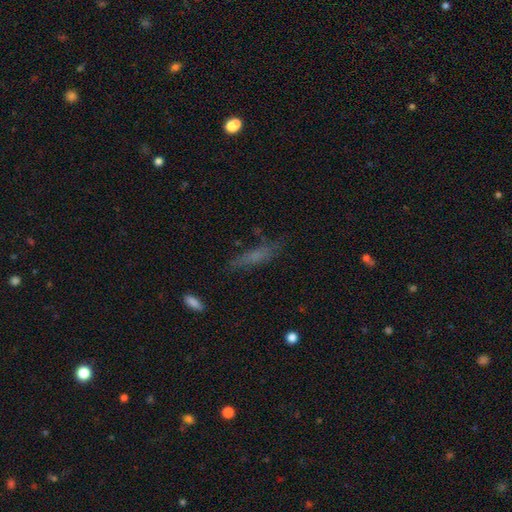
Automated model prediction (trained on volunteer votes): Smooth or featured? smooth (57%)
How rounded? cigar-shaped (73%)
Merging? none (68%)